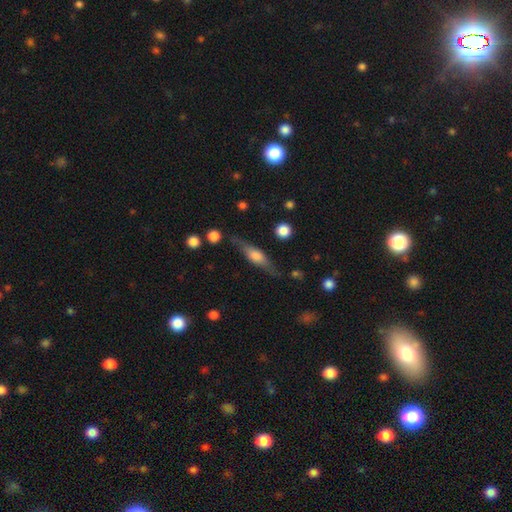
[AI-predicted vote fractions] A featured or disk galaxy (55%) viewed edge-on (90%). Merging: none (73%).